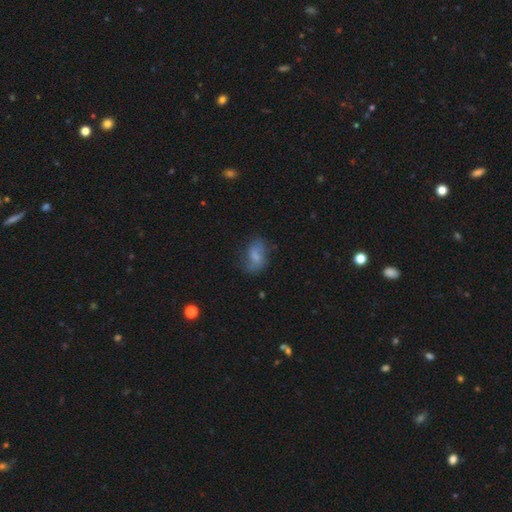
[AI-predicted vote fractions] Q: Smooth or featured?
A: smooth (56%); runner-up: featured or disk (35%)
Q: How rounded?
A: in between (82%); runner-up: round (16%)
Q: Merging?
A: none (57%); runner-up: minor disturbance (26%)